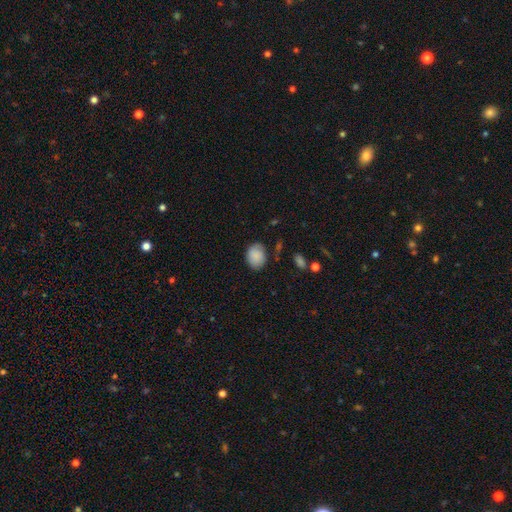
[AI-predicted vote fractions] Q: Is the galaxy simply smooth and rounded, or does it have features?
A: smooth — 85%.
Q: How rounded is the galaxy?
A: in between — 54%.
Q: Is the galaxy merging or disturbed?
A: none — 73%.